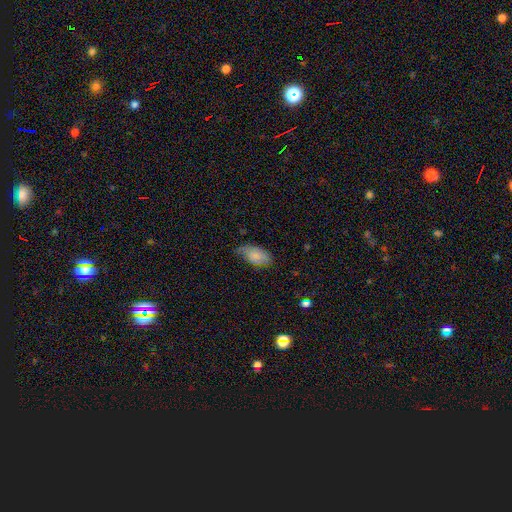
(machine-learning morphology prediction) A smooth galaxy with no disk features (78%) that is in between round and cigar-shaped (94%). Merging: none (50%).